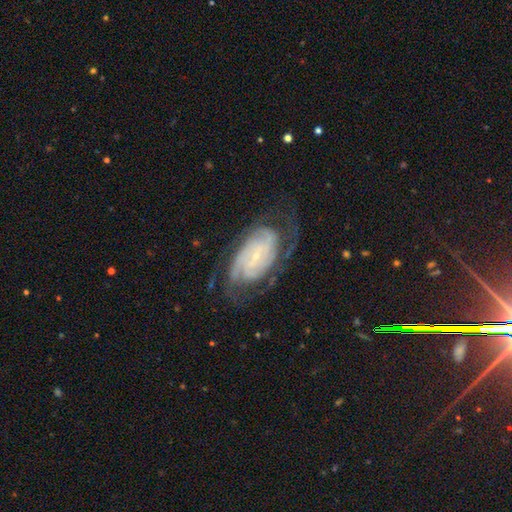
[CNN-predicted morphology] smooth_or_featured: featured or disk (p=0.87) [alt: smooth p=0.07]
disk_edge_on: no (p=0.96) [alt: yes p=0.04]
bar: no (p=0.53) [alt: weak p=0.34]
has_spiral_arms: yes (p=0.96) [alt: no p=0.04]
spiral_winding: tight (p=0.60) [alt: medium p=0.32]
spiral_arm_count: 2 (p=0.43) [alt: can't tell p=0.24]
bulge_size: small (p=0.83) [alt: moderate p=0.10]
merging: none (p=0.67) [alt: minor disturbance p=0.18]